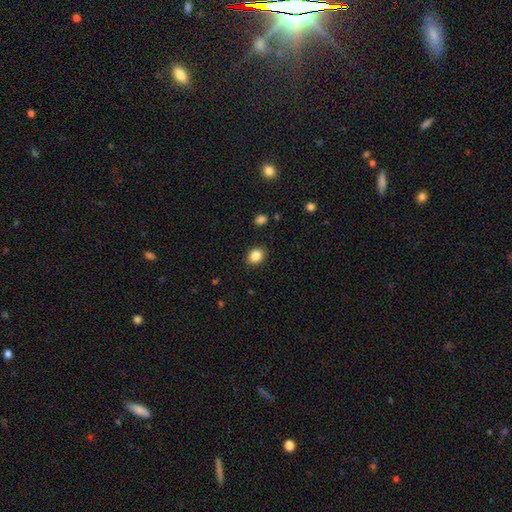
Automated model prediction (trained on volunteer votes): Smooth or featured?
  - smooth: 86% *
  - star or artifact: 10%
  - featured or disk: 4%
How rounded?
  - round: 51% *
  - in between: 49%
  - cigar-shaped: 1%
Merging?
  - none: 89% *
  - minor disturbance: 7%
  - major disturbance: 2%
  - merger: 1%